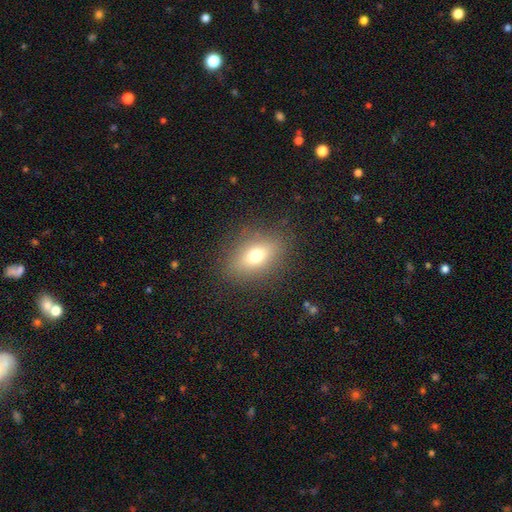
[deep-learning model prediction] Q: Smooth or featured?
A: smooth (70%); runner-up: featured or disk (17%)
Q: How rounded?
A: in between (72%); runner-up: round (22%)
Q: Merging?
A: none (84%); runner-up: minor disturbance (10%)